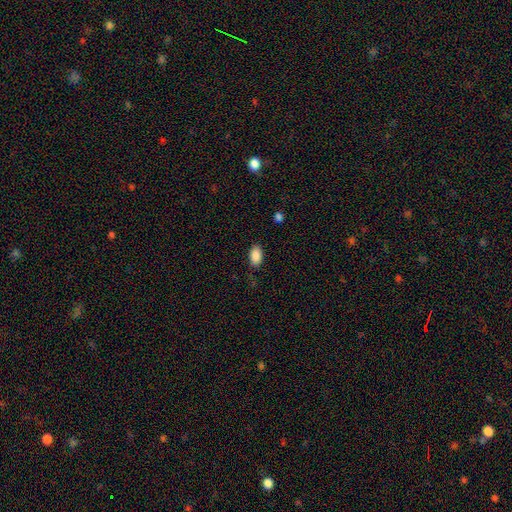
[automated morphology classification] This is clearly a smooth galaxy (89%). How rounded: clearly in between (92%). Merging: clearly none (82%).